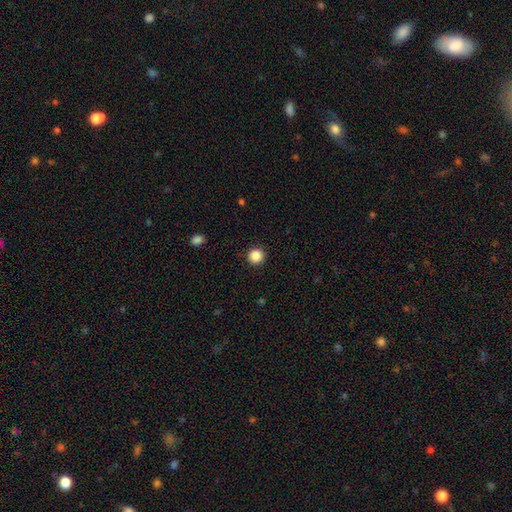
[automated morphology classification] This is clearly a smooth galaxy (86%). How rounded: clearly round (95%). Merging: clearly none (93%).